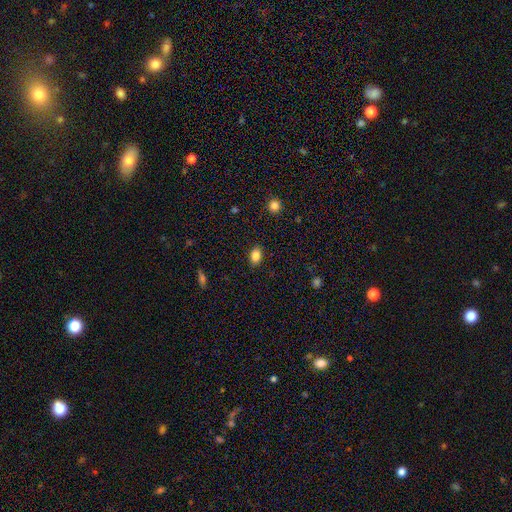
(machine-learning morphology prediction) The model was most divided on "how rounded": in between: 81%, round: 18%, cigar-shaped: 1%. More confident: merging — none (88%); smooth or featured — smooth (85%).